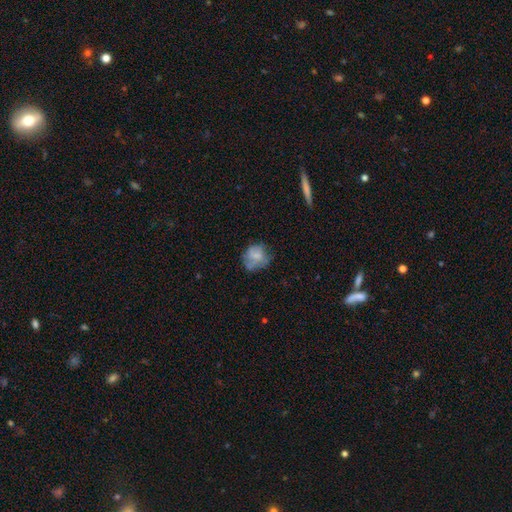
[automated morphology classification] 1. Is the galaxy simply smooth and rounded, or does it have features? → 62% smooth, 29% featured or disk, 10% star or artifact.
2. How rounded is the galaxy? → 68% round, 31% in between, 1% cigar-shaped.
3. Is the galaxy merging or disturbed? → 50% none, 29% minor disturbance, 18% major disturbance, 3% merger.